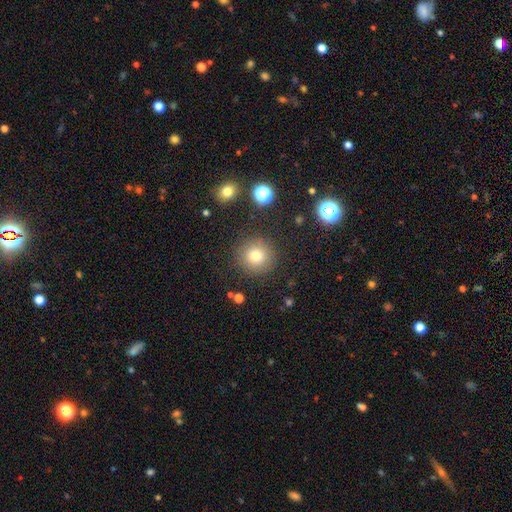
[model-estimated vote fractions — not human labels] Smooth or featured?
  - smooth: 77% *
  - star or artifact: 13%
  - featured or disk: 9%
How rounded?
  - round: 94% *
  - in between: 5%
  - cigar-shaped: 1%
Merging?
  - none: 88% *
  - minor disturbance: 7%
  - major disturbance: 3%
  - merger: 2%